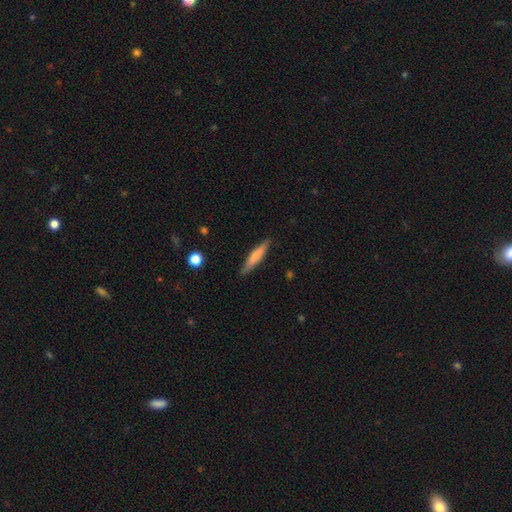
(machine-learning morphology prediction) A smooth galaxy with no disk features (63%) that is cigar-shaped (89%). Merging: none (87%).